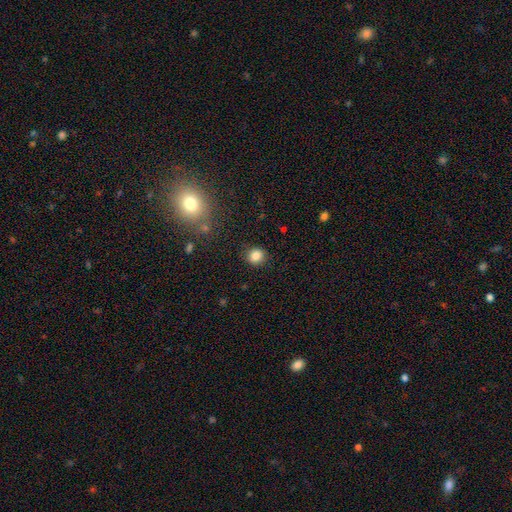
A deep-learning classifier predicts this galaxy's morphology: Smooth or featured?
  - smooth: 85% *
  - star or artifact: 11%
  - featured or disk: 4%
How rounded?
  - round: 84% *
  - in between: 15%
  - cigar-shaped: 1%
Merging?
  - none: 89% *
  - minor disturbance: 7%
  - major disturbance: 3%
  - merger: 2%